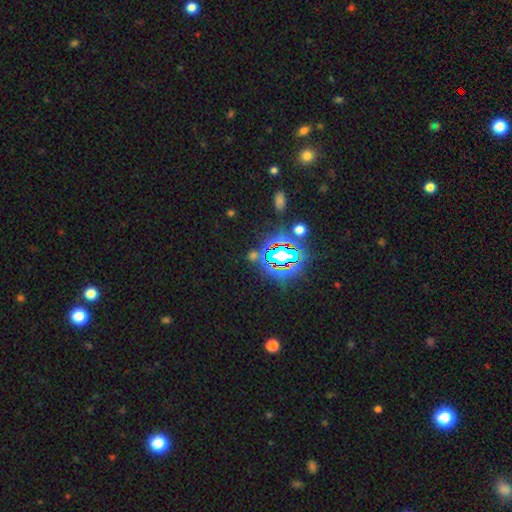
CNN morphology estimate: A star or artifact, not a galaxy (76%).

Vote fractions:
- Smooth or featured? star or artifact: 76% / smooth: 16% / featured or disk: 8%